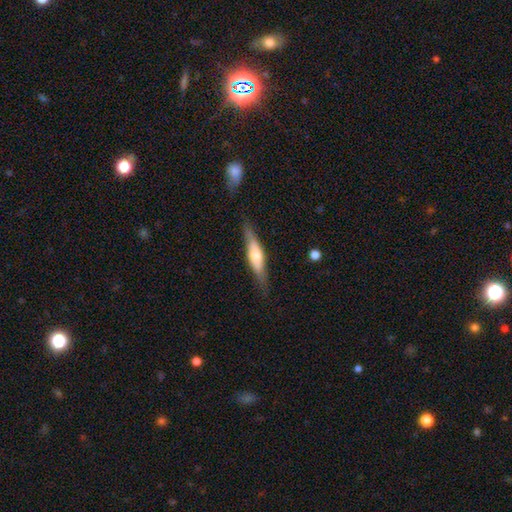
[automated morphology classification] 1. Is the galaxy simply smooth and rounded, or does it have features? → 49% featured or disk, 45% smooth, 6% star or artifact.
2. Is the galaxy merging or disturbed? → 79% none, 16% minor disturbance, 4% major disturbance, 2% merger.